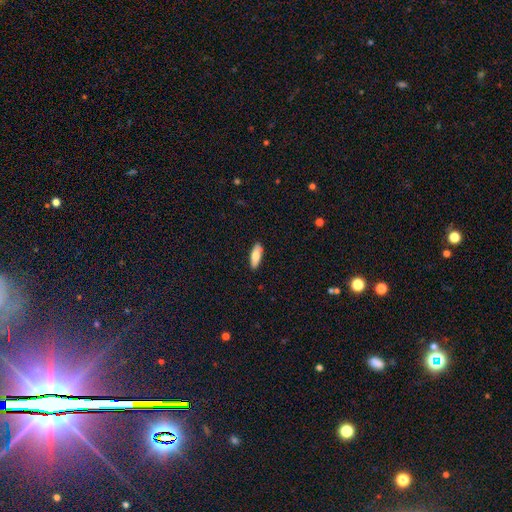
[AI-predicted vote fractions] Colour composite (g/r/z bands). It shows a smooth galaxy with no disk features (77%) that is in between round and cigar-shaped (64%). Merging: none (89%).